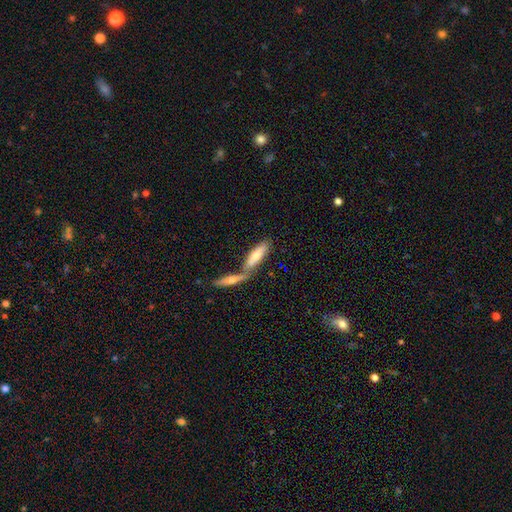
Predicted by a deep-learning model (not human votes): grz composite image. It shows a smooth galaxy with no disk features (65%) that is cigar-shaped (58%). Merging: merger (51%).